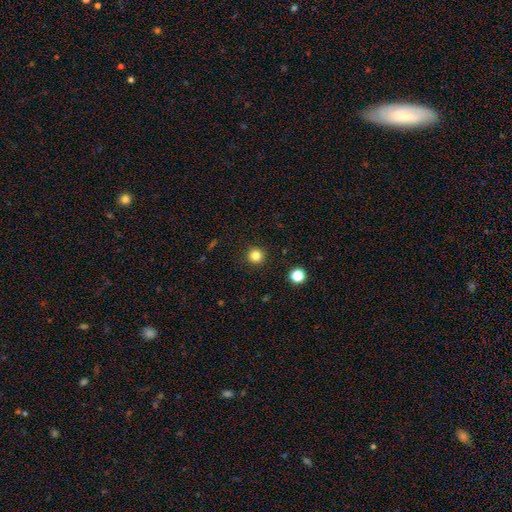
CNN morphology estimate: Q: Smooth or featured?
A: smooth (82%); runner-up: star or artifact (13%)
Q: How rounded?
A: round (96%); runner-up: in between (3%)
Q: Merging?
A: none (93%); runner-up: minor disturbance (5%)